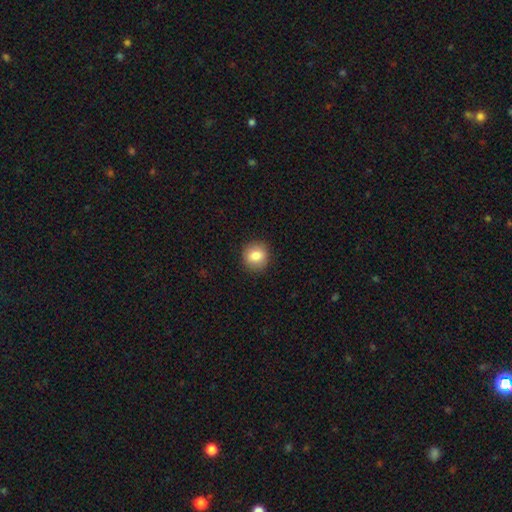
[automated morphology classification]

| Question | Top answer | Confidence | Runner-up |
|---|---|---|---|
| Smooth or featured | smooth | 83% | star or artifact (9%) |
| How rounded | round | 86% | in between (13%) |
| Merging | none | 90% | minor disturbance (7%) |